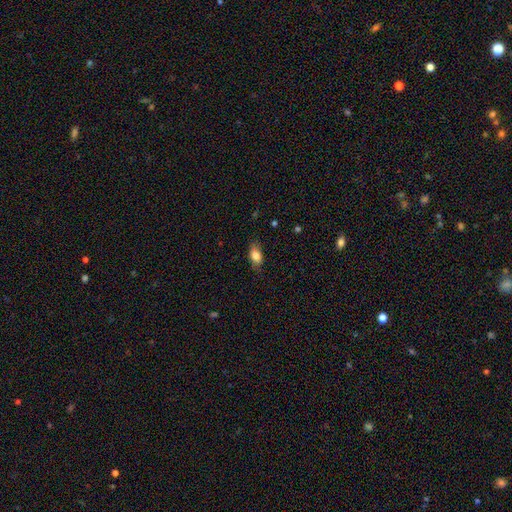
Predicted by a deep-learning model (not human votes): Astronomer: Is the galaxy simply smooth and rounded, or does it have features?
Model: smooth — 79%.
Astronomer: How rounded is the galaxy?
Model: in between — 85%.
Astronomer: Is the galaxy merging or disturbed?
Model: none — 77%.